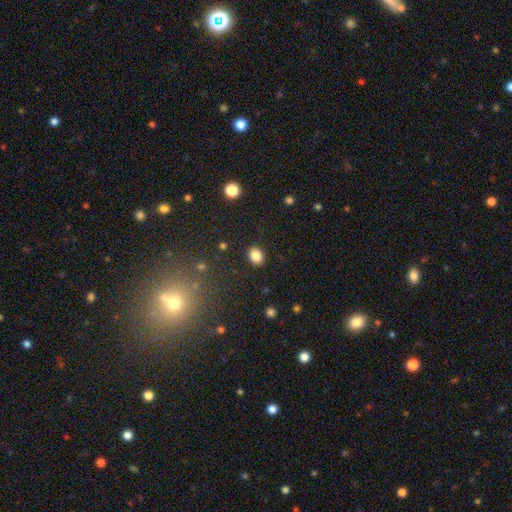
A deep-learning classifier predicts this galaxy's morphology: This appears to be a smooth galaxy with no disk features (86%) that is in between round and cigar-shaped (64%). Merging: none (89%).